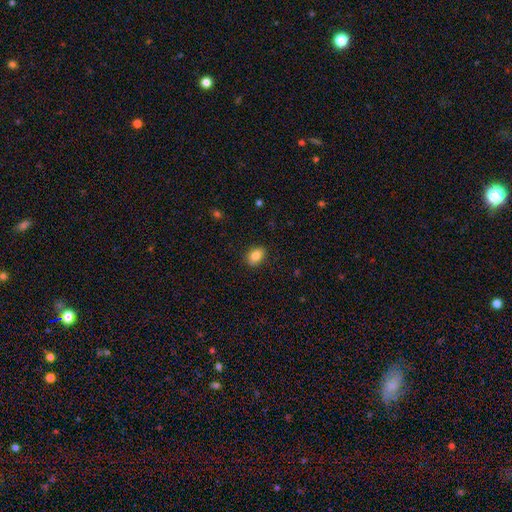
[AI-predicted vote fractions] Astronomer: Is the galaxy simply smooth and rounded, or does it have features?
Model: smooth — 85%.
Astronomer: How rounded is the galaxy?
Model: in between — 82%.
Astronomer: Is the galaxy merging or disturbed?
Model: none — 87%.